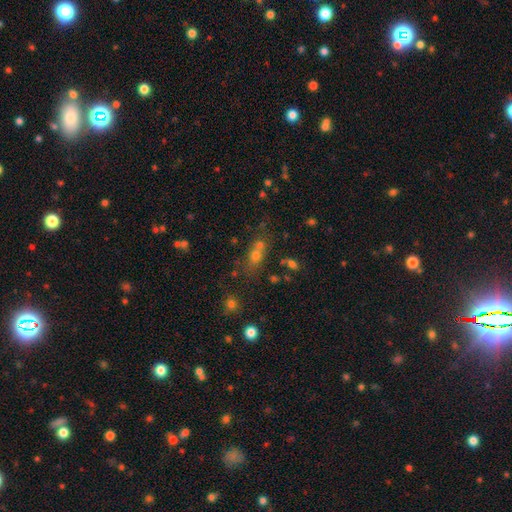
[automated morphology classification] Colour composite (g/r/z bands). It shows a smooth galaxy with no disk features (65%) that is round (53%). Merging: merger (51%).